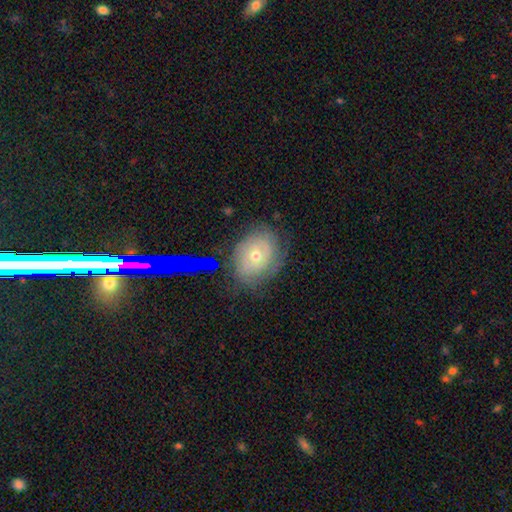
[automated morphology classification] featured or disk 57%, smooth 31%, star or artifact 12%. Down the decision tree: edge-on disk — no (94%); bar — no (79%); spiral arms — yes (69%); bulge size — moderate (55%); merging — none (69%).